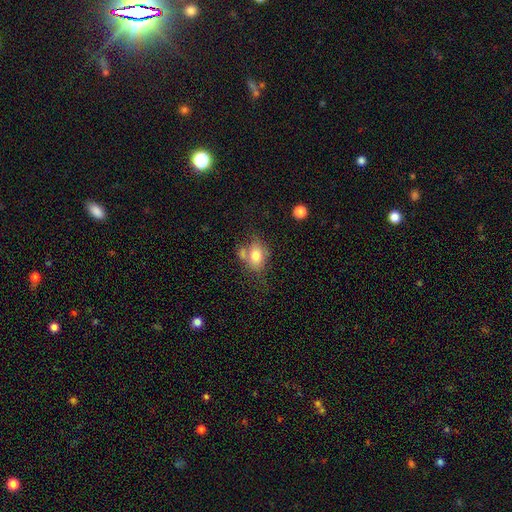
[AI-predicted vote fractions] Q: Smooth or featured?
A: smooth (74%); runner-up: featured or disk (17%)
Q: How rounded?
A: in between (67%); runner-up: round (32%)
Q: Merging?
A: none (44%); runner-up: merger (26%)